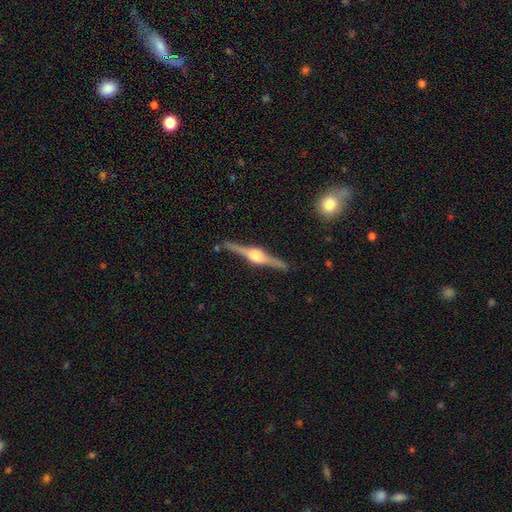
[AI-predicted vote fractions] Smooth or featured? Predicted: featured or disk (p=0.87). Edge-on disk? Predicted: yes (p=0.98). Edge-on bulge? Predicted: rounded (p=0.91). Merging? Predicted: none (p=0.89).